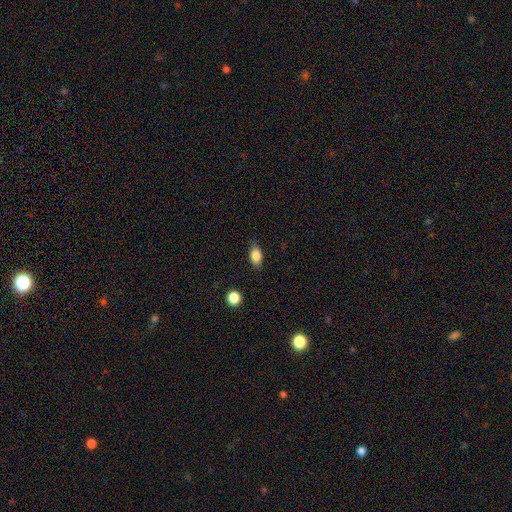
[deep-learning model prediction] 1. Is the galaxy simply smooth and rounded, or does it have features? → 83% smooth, 9% featured or disk, 8% star or artifact.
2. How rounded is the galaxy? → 86% in between, 7% round, 6% cigar-shaped.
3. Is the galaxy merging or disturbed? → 84% none, 12% minor disturbance, 3% major disturbance, 1% merger.